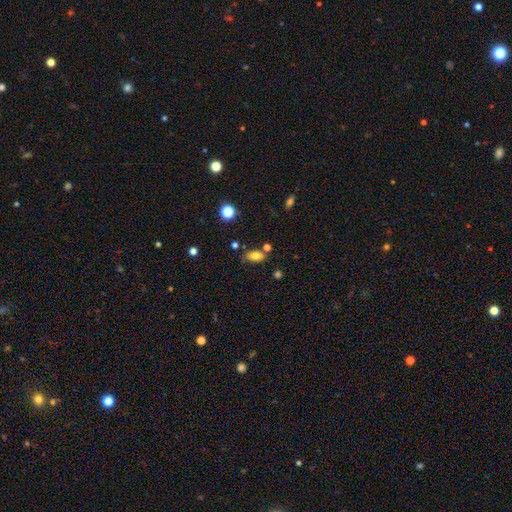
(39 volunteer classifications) Overall: smooth (82%). How rounded: in between (97%). Merging: none (81%).